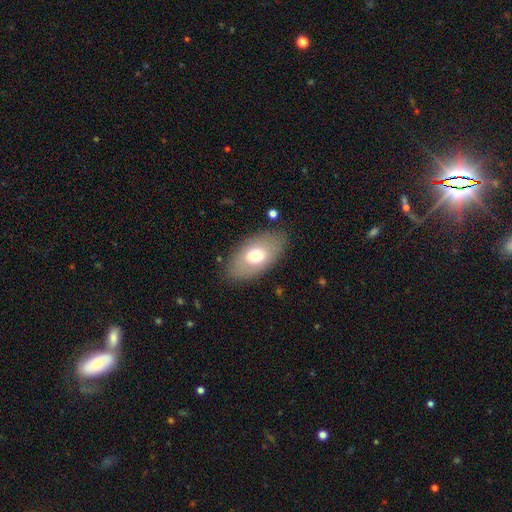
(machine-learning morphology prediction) Smooth or featured?
  - smooth: 67% *
  - featured or disk: 26%
  - star or artifact: 7%
How rounded?
  - in between: 92% *
  - round: 5%
  - cigar-shaped: 2%
Merging?
  - none: 82% *
  - minor disturbance: 12%
  - major disturbance: 4%
  - merger: 2%